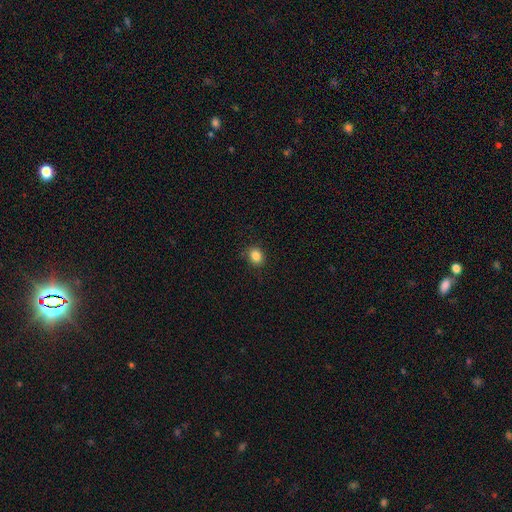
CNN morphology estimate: This is clearly a smooth galaxy (85%). How rounded: possibly round (60%). Merging: clearly none (87%).